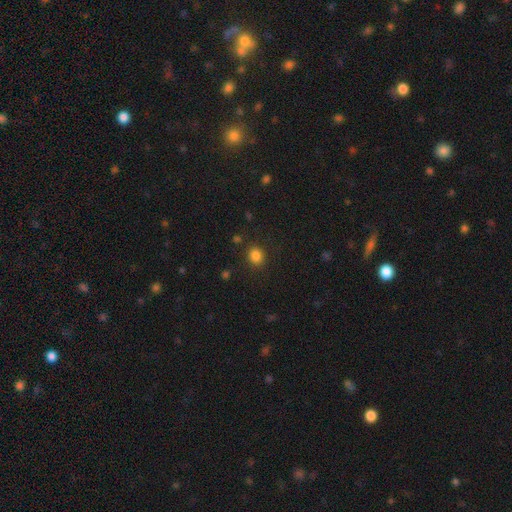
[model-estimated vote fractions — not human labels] Q: Smooth or featured?
A: smooth (84%); runner-up: star or artifact (12%)
Q: How rounded?
A: round (69%); runner-up: in between (30%)
Q: Merging?
A: none (87%); runner-up: minor disturbance (8%)